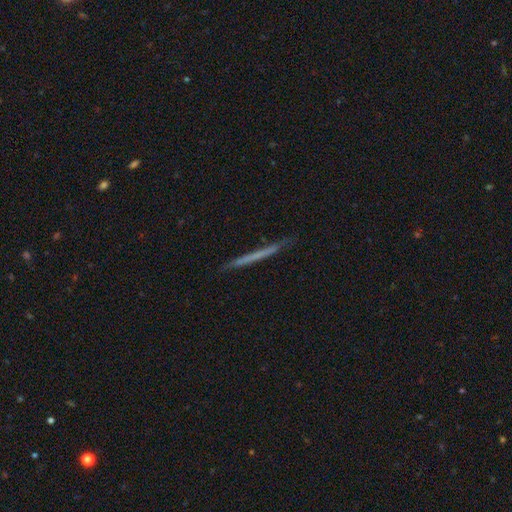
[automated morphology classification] Smooth or featured? Predicted: featured or disk (p=0.48). Merging? Predicted: none (p=0.87).